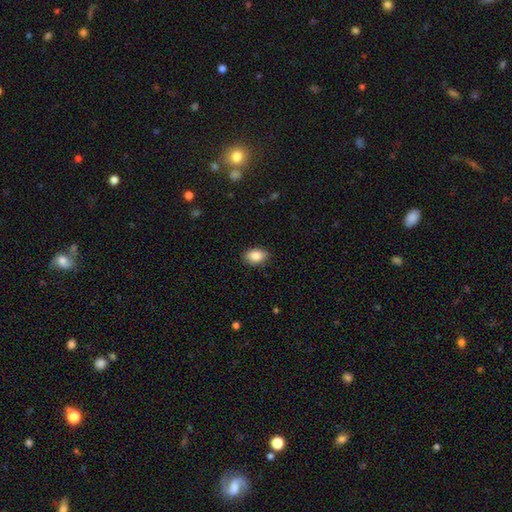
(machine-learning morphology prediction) smooth_or_featured: smooth (p=0.87) [alt: star or artifact p=0.08]
how_rounded: in between (p=0.83) [alt: round p=0.16]
merging: none (p=0.86) [alt: minor disturbance p=0.10]